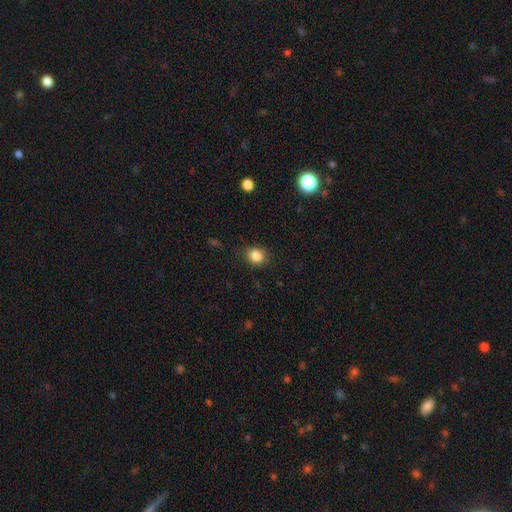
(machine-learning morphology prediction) A smooth galaxy with no disk features (84%) that is round (73%). Merging: none (85%).